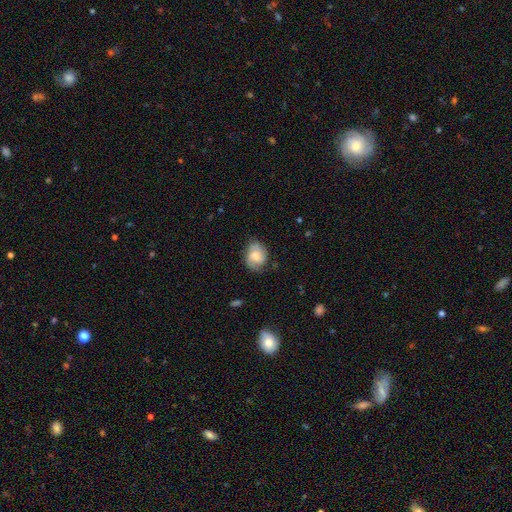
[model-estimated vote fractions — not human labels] The model was most divided on "smooth or featured": featured or disk: 47%, smooth: 46%, star or artifact: 8%. More confident: merging — none (70%).